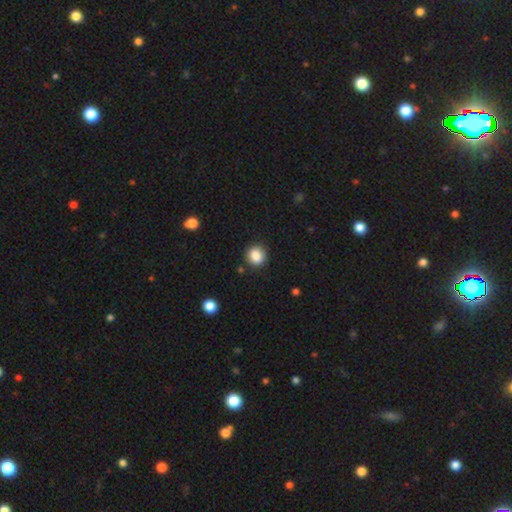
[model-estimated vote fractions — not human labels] A smooth galaxy with no disk features (86%) that is round (83%).

Vote fractions:
- Smooth or featured? smooth: 86% / star or artifact: 9% / featured or disk: 5%
- How rounded? round: 83% / in between: 16% / cigar-shaped: 1%
- Merging? none: 88% / minor disturbance: 8% / major disturbance: 2% / merger: 2%